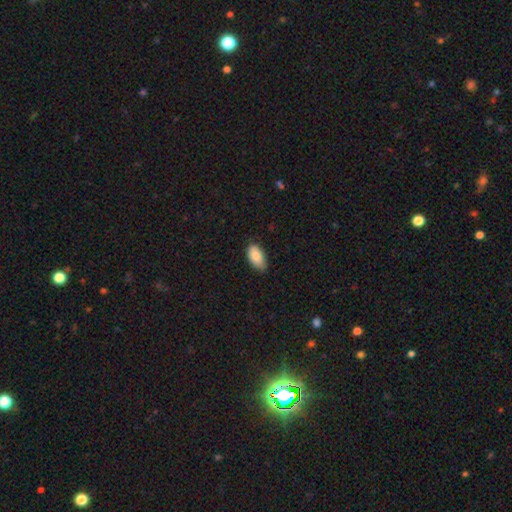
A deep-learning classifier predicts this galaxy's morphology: Smooth or featured: smooth — 87% (star or artifact — 7%)
How rounded: in between — 94% (round — 3%)
Merging: none — 76% (minor disturbance — 21%)